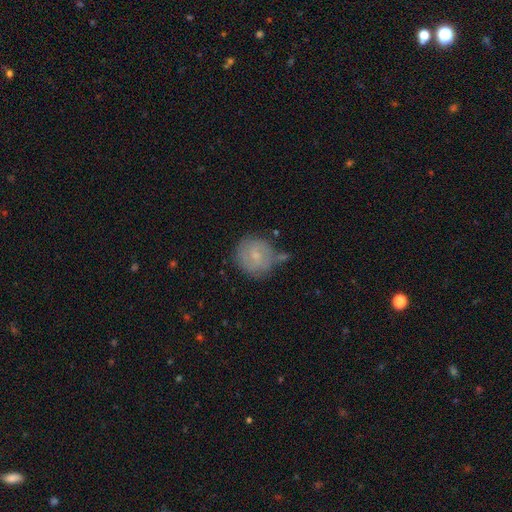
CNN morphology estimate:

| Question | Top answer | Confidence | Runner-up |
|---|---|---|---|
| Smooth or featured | smooth | 61% | featured or disk (31%) |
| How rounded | round | 89% | in between (10%) |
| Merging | none | 62% | minor disturbance (21%) |